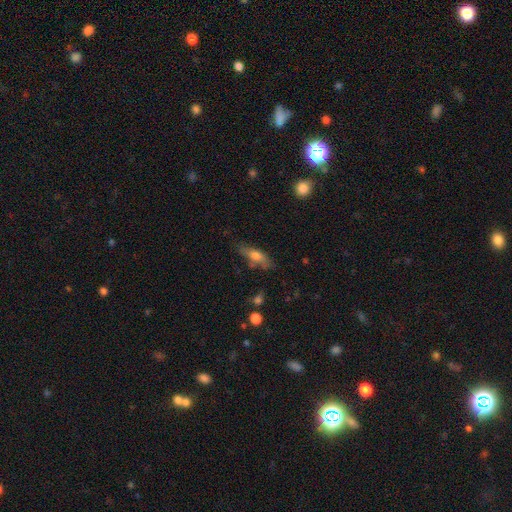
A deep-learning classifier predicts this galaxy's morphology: Q: Smooth or featured?
A: smooth (61%); runner-up: featured or disk (31%)
Q: How rounded?
A: in between (53%); runner-up: cigar-shaped (43%)
Q: Merging?
A: none (65%); runner-up: minor disturbance (23%)